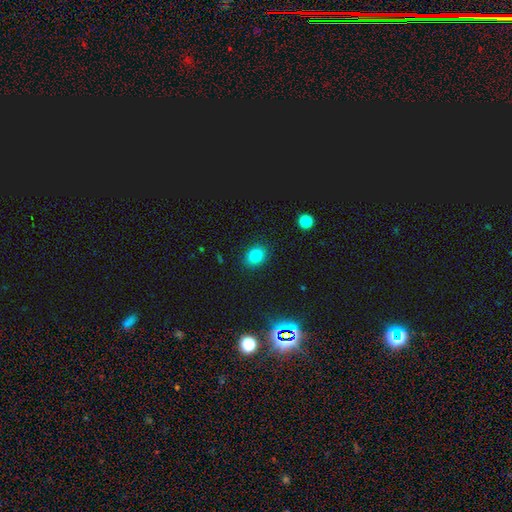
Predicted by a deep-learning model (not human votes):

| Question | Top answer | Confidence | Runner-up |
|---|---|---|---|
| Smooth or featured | smooth | 81% | star or artifact (12%) |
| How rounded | in between | 51% | round (48%) |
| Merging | none | 88% | minor disturbance (8%) |